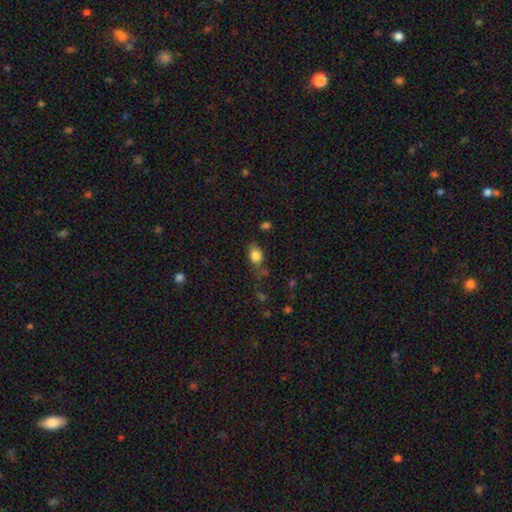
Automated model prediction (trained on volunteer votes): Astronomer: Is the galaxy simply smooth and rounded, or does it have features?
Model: smooth — 82%.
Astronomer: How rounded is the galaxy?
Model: in between — 76%.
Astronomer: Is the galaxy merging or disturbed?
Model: none — 61%.